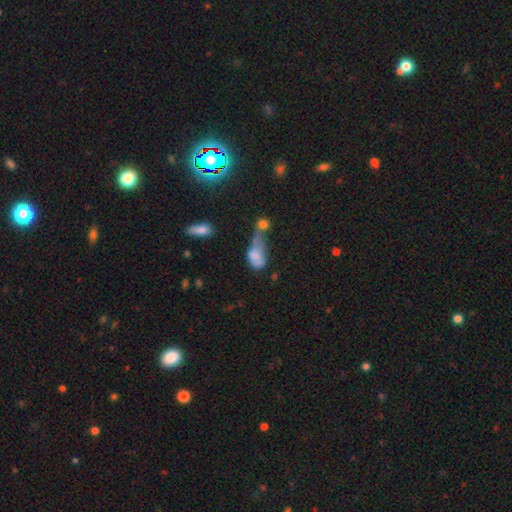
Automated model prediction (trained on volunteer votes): A smooth galaxy with no disk features (67%) that is in between round and cigar-shaped (84%). Merging: merger (44%).